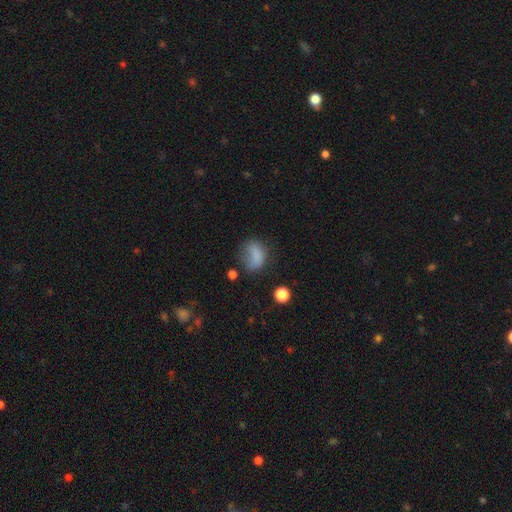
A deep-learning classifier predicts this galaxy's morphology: Smooth or featured? smooth (76%)
How rounded? in between (67%)
Merging? none (44%)